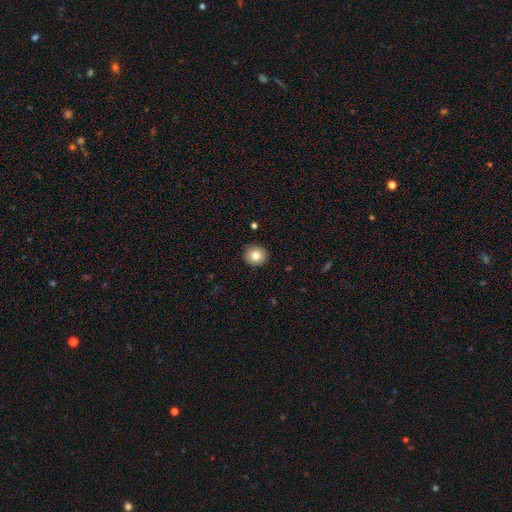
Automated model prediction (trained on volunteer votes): Smooth or featured? smooth (81%)
How rounded? round (89%)
Merging? none (91%)